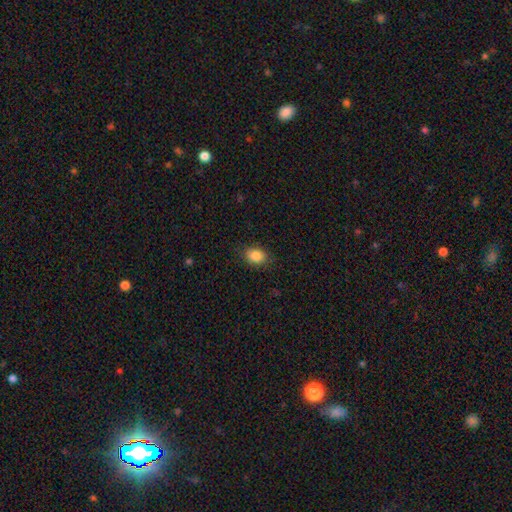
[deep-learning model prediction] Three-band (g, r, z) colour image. It shows a smooth galaxy with no disk features (86%) that is in between round and cigar-shaped (68%). Merging: none (85%).